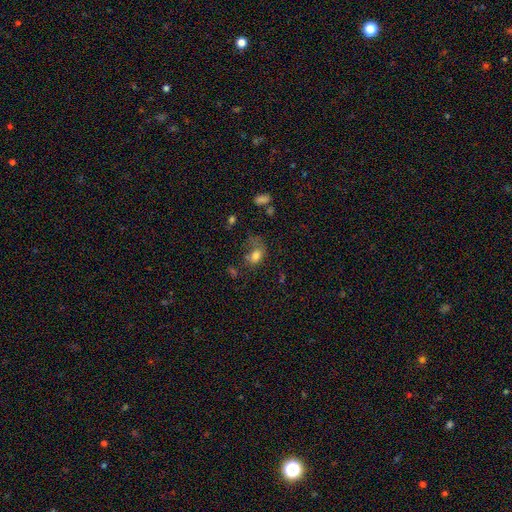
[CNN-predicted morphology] A smooth galaxy with no disk features (73%) that is in between round and cigar-shaped (73%).

Vote fractions:
- Smooth or featured? smooth: 73% / featured or disk: 15% / star or artifact: 12%
- How rounded? in between: 73% / round: 25% / cigar-shaped: 2%
- Merging? none: 33% / major disturbance: 31% / minor disturbance: 25% / merger: 11%